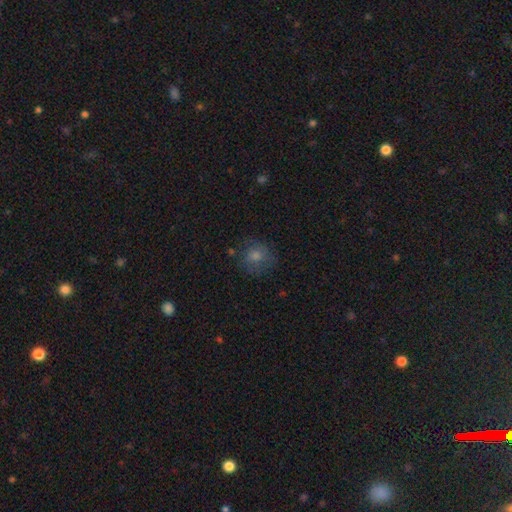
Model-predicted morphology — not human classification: smooth_or_featured: smooth (p=0.64) [alt: star or artifact p=0.19]
how_rounded: round (p=0.85) [alt: in between p=0.14]
merging: none (p=0.76) [alt: minor disturbance p=0.16]